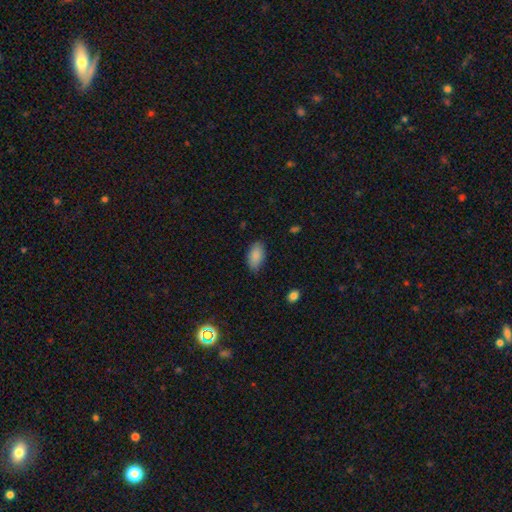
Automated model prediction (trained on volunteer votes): Morphology: type=smooth (88%); roundness=in between (92%); merging=none (81%).